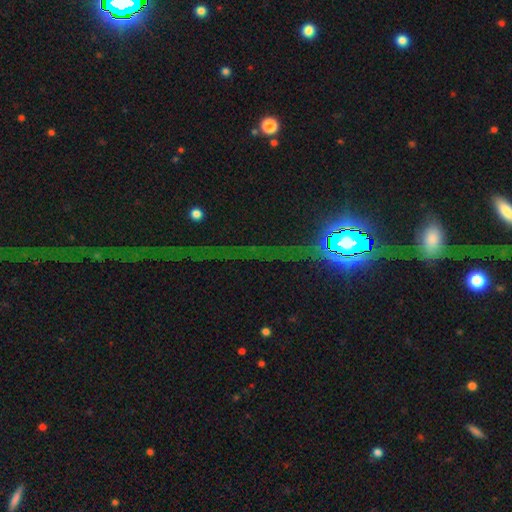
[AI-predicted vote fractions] The model was most divided on "smooth or featured": star or artifact: 77%, featured or disk: 13%, smooth: 10%.